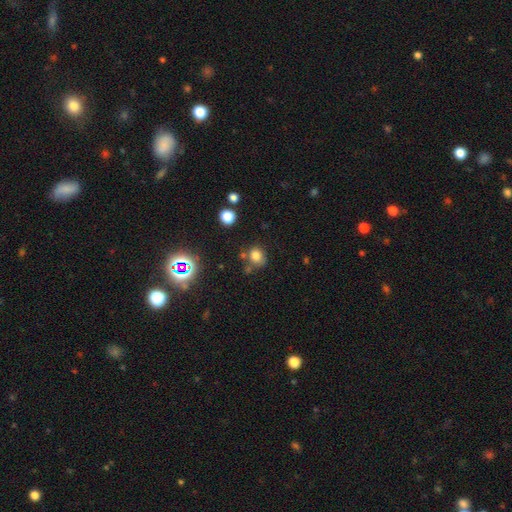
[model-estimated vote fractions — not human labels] Overall: smooth (74%). How rounded: round (67%; in between 32%). Merging: none (65%).